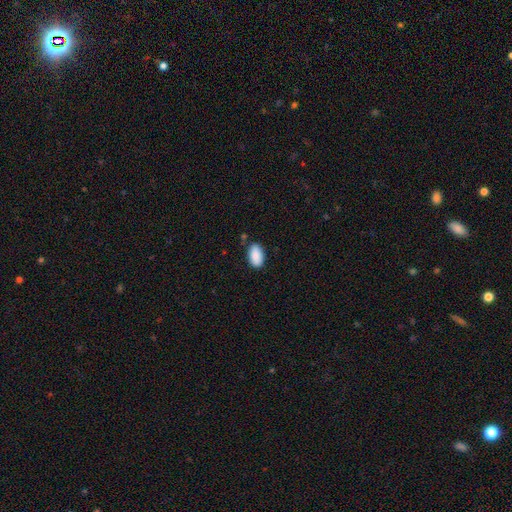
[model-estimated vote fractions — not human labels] This is clearly a smooth galaxy (90%). How rounded: clearly in between (94%). Merging: clearly none (81%).